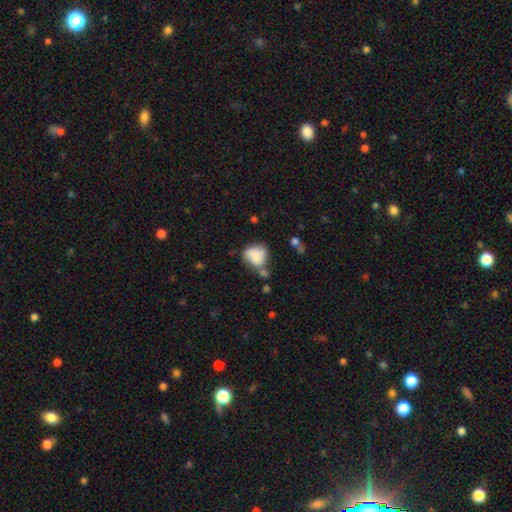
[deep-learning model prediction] A smooth galaxy with no disk features (63%) that is round (59%). Merging: none (36%).